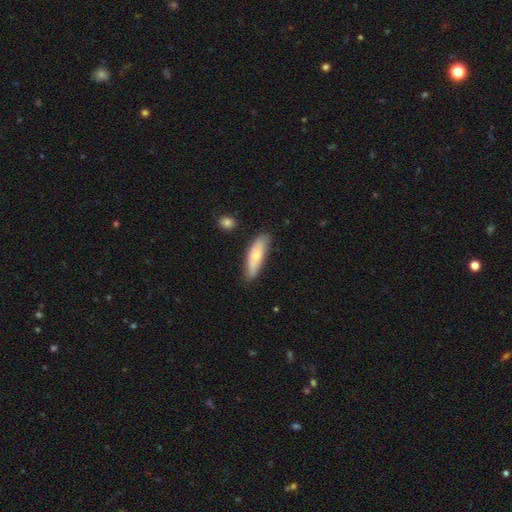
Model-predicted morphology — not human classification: Smooth or featured?
  - smooth: 68% *
  - featured or disk: 26%
  - star or artifact: 6%
How rounded?
  - cigar-shaped: 53% *
  - in between: 45%
  - round: 2%
Merging?
  - none: 78% *
  - minor disturbance: 17%
  - major disturbance: 3%
  - merger: 2%